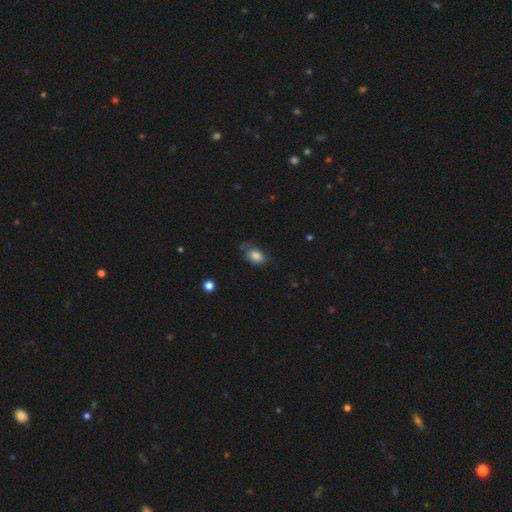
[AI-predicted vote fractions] Morphology: type=smooth (76%); roundness=in between (84%); merging=none (52%).